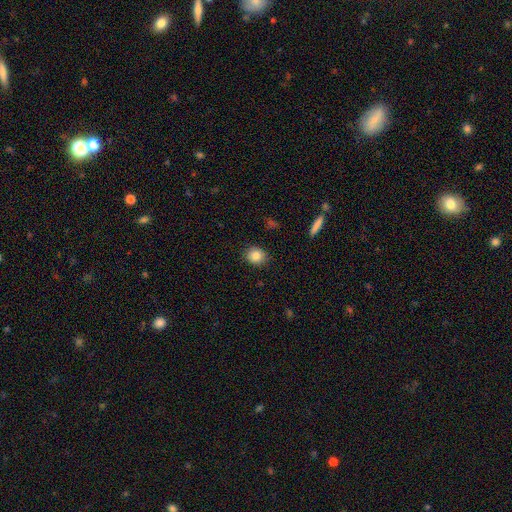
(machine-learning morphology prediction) Smooth or featured? smooth (83%)
How rounded? round (70%)
Merging? none (88%)